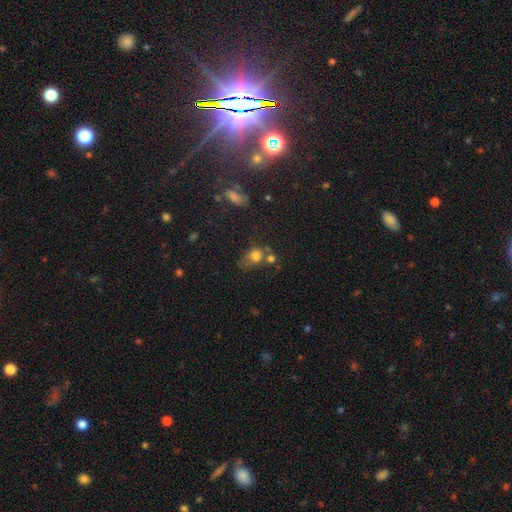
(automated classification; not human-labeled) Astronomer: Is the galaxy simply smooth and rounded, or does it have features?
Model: smooth — 74%.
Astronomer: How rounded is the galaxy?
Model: round — 59% (runner-up: in between, 39%).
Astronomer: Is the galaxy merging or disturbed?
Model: none — 38% (runner-up: merger, 30%).